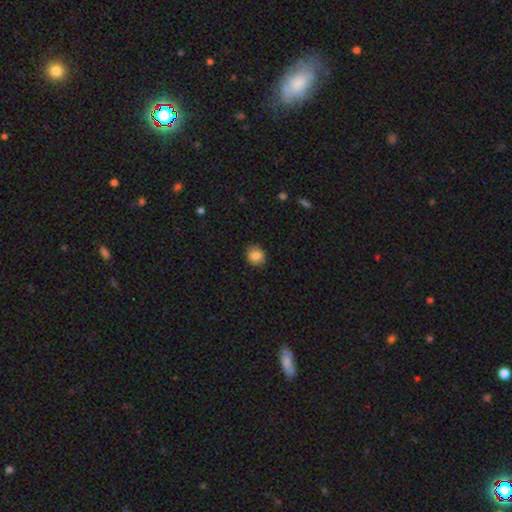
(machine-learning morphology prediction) Smooth or featured: smooth — 85% (star or artifact — 9%)
How rounded: round — 73% (in between — 26%)
Merging: none — 87% (minor disturbance — 10%)